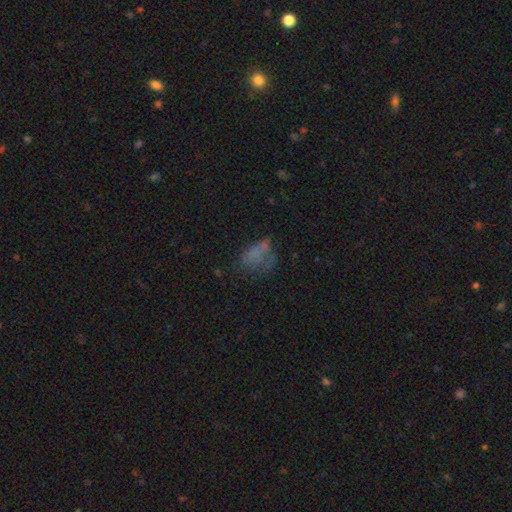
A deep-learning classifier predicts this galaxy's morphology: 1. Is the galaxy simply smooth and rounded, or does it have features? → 54% smooth, 27% featured or disk, 19% star or artifact.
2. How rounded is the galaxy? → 79% in between, 17% round, 4% cigar-shaped.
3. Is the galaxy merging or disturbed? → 35% none, 34% major disturbance, 22% minor disturbance, 8% merger.